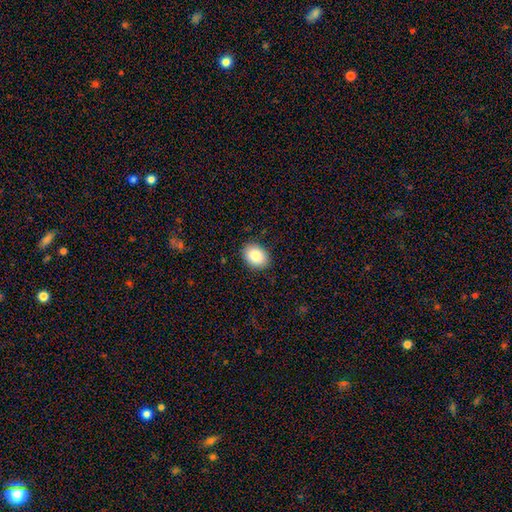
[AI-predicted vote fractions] Morphology: type=smooth (84%); roundness=in between (66%); merging=none (88%).